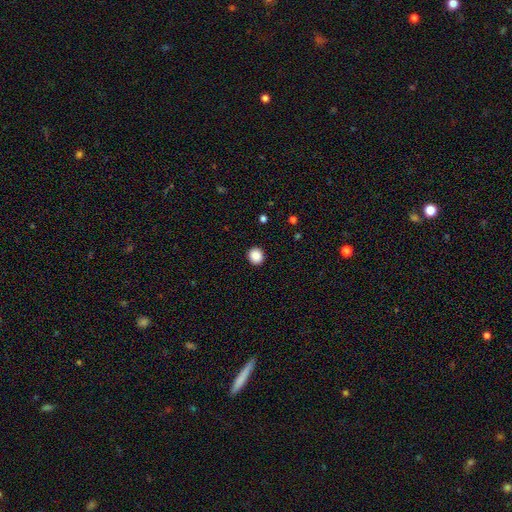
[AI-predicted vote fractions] Smooth or featured? Predicted: smooth (p=0.89). How rounded? Predicted: round (p=0.85). Merging? Predicted: none (p=0.92).